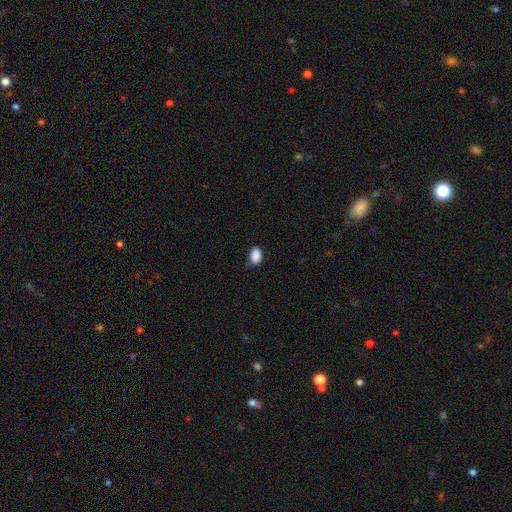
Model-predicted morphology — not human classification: smooth 89%, star or artifact 9%, featured or disk 3%. Down the decision tree: how rounded — in between (81%); merging — none (74%).